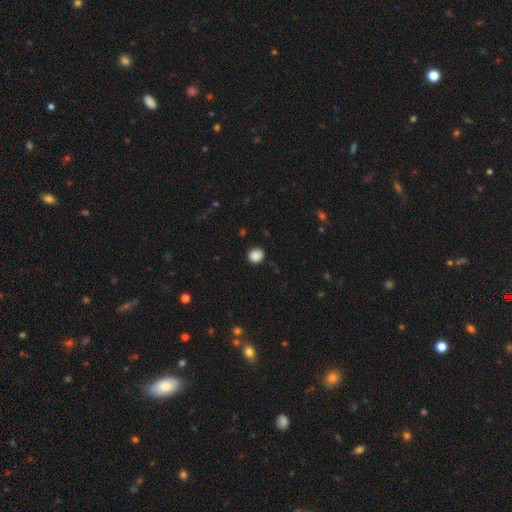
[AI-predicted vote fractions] Smooth or featured? smooth (88%)
How rounded? round (80%)
Merging? none (89%)